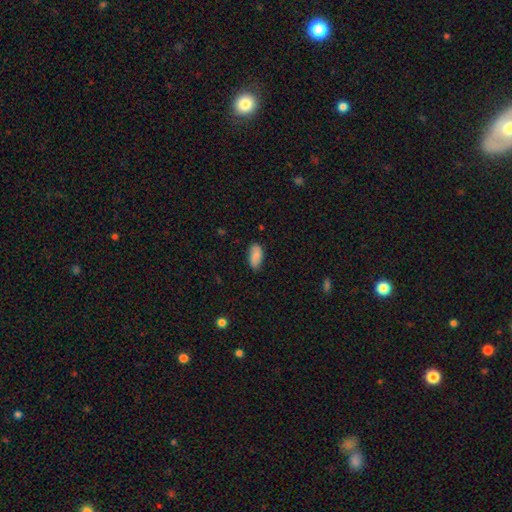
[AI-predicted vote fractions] Q: Smooth or featured?
A: smooth (86%); runner-up: featured or disk (7%)
Q: How rounded?
A: in between (91%); runner-up: cigar-shaped (6%)
Q: Merging?
A: none (80%); runner-up: minor disturbance (16%)